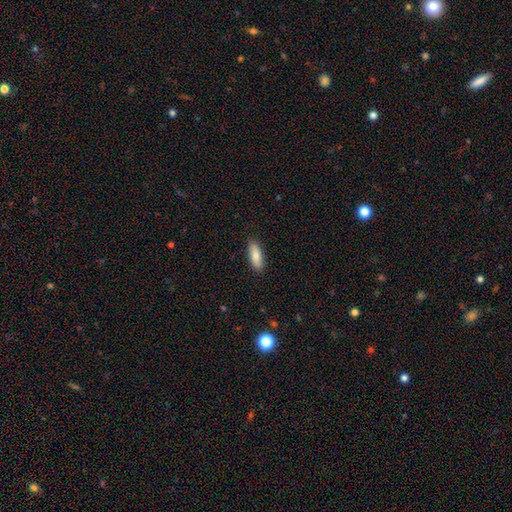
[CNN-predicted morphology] Smooth or featured: smooth — 84% (featured or disk — 11%)
How rounded: in between — 65% (cigar-shaped — 33%)
Merging: none — 88% (minor disturbance — 9%)